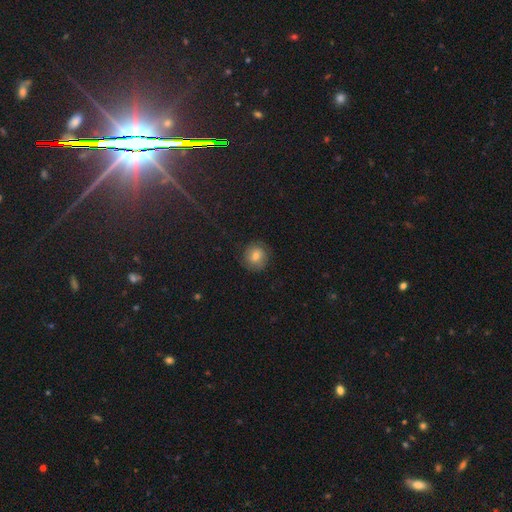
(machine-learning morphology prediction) Q: Smooth or featured?
A: smooth (70%); runner-up: featured or disk (16%)
Q: How rounded?
A: round (89%); runner-up: in between (10%)
Q: Merging?
A: none (84%); runner-up: minor disturbance (12%)